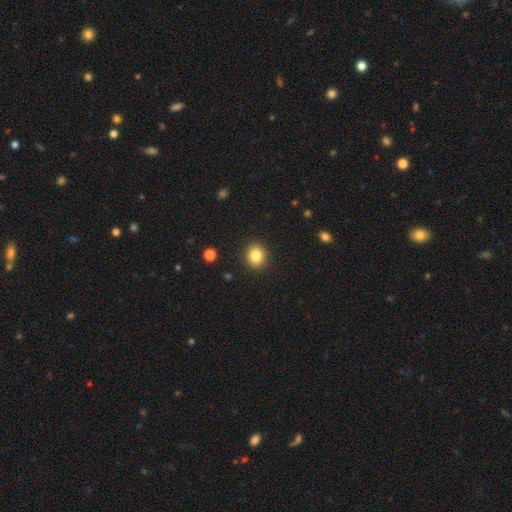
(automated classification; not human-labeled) A smooth galaxy with no disk features (83%) that is round (70%).

Vote fractions:
- Smooth or featured? smooth: 83% / star or artifact: 10% / featured or disk: 7%
- How rounded? round: 70% / in between: 29% / cigar-shaped: 1%
- Merging? none: 90% / minor disturbance: 6% / major disturbance: 2% / merger: 1%